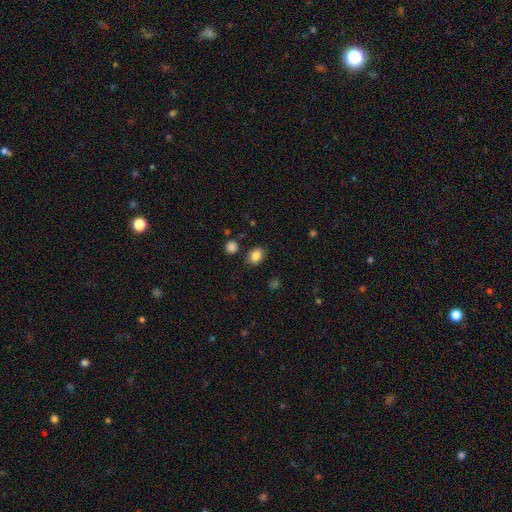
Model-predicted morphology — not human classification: Overall: smooth (85%). How rounded: in between (64%; round 35%). Merging: none (83%).